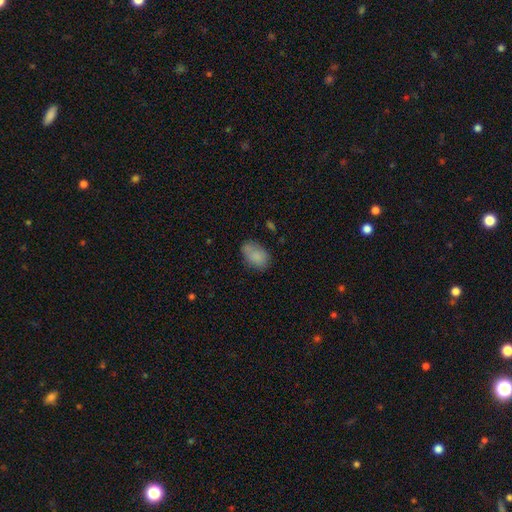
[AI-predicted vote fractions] smooth_or_featured: smooth (p=0.84) [alt: star or artifact p=0.08]
how_rounded: in between (p=0.87) [alt: round p=0.11]
merging: none (p=0.67) [alt: minor disturbance p=0.22]